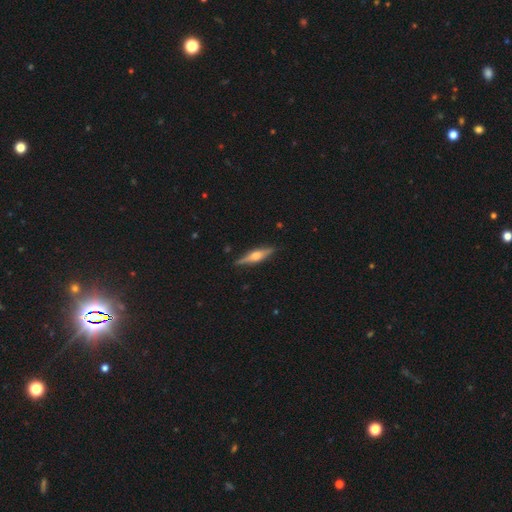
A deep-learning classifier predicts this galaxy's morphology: This appears to be a featured or disk galaxy (72%) viewed edge-on (97%) with a rounded central bulge (91%). Merging: none (89%).